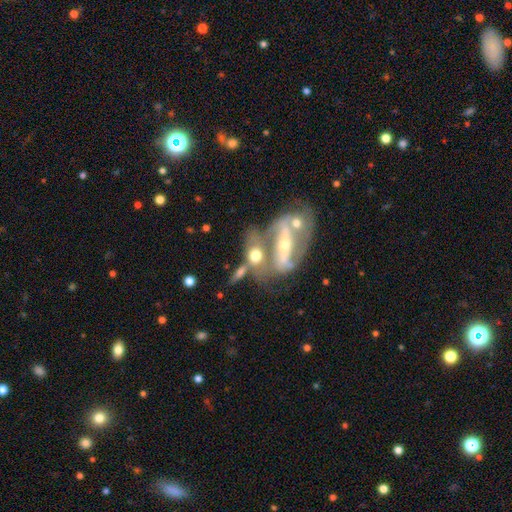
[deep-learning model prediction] Overall: featured or disk (53%; smooth 38%). Edge-on disk: no (77%). Merging: merger (52%; none 29%).